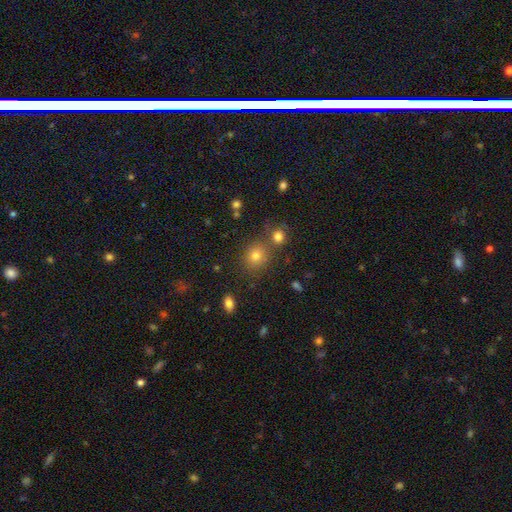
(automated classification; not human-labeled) Morphology: type=smooth (77%); roundness=round (80%); merging=none (73%).